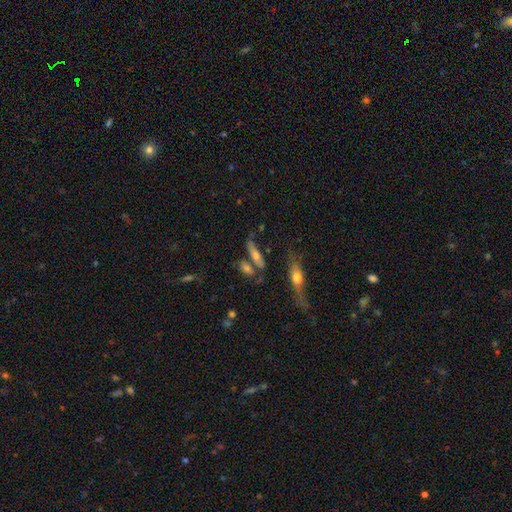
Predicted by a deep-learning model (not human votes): Smooth or featured? Predicted: smooth (p=0.48). Merging? Predicted: none (p=0.53).